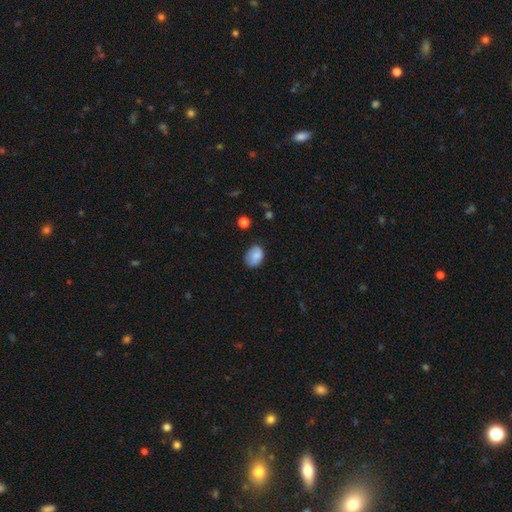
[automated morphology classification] A smooth galaxy with no disk features (80%) that is in between round and cigar-shaped (73%).

Vote fractions:
- Smooth or featured? smooth: 80% / featured or disk: 12% / star or artifact: 8%
- How rounded? in between: 73% / round: 26% / cigar-shaped: 1%
- Merging? none: 66% / minor disturbance: 27% / major disturbance: 5% / merger: 2%